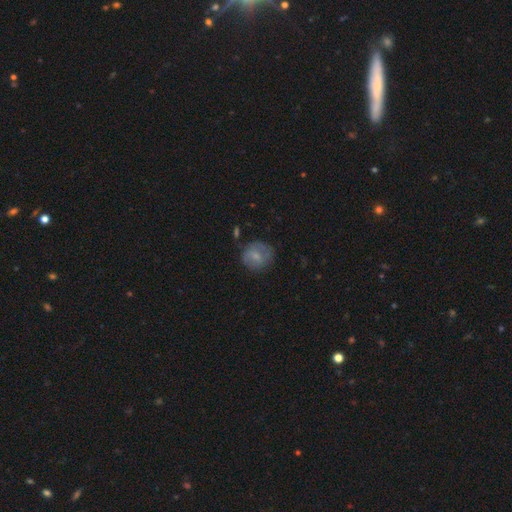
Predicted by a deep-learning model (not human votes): This appears to be a smooth galaxy with no disk features (66%) that is round (80%). Merging: none (66%).